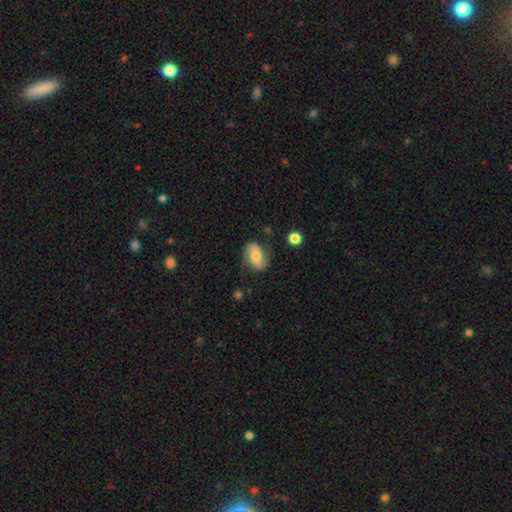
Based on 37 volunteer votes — This is possibly a smooth galaxy (54%). How rounded: clearly in between (80%). Merging: possibly none (54%).